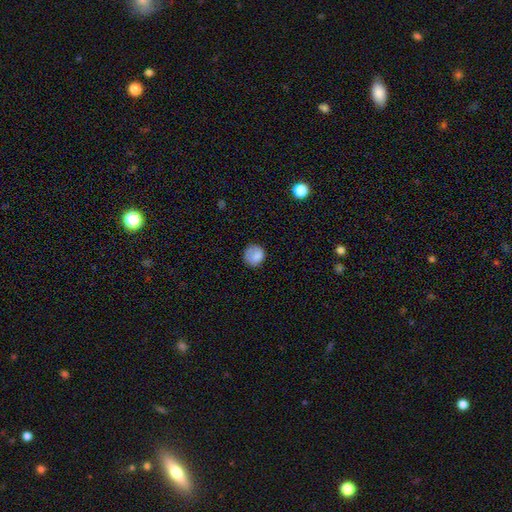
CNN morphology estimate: smooth_or_featured: smooth (p=0.83) [alt: star or artifact p=0.09]
how_rounded: round (p=0.85) [alt: in between p=0.14]
merging: none (p=0.72) [alt: minor disturbance p=0.19]